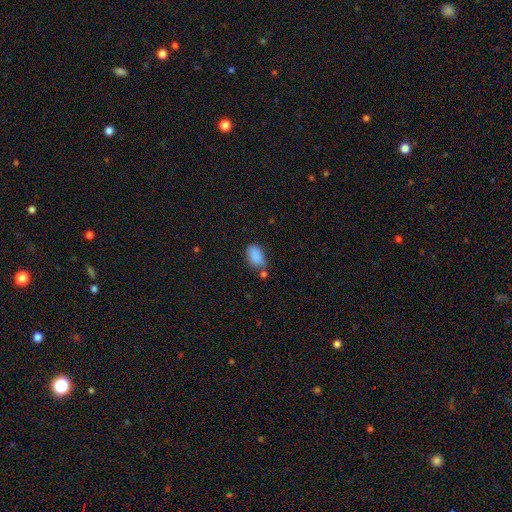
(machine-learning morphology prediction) A smooth galaxy with no disk features (86%) that is in between round and cigar-shaped (90%). Merging: none (54%).